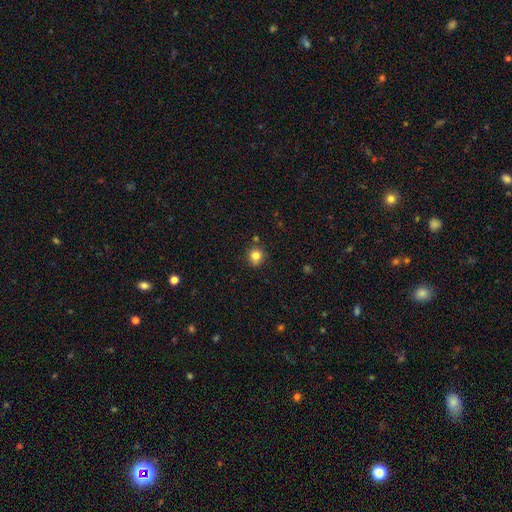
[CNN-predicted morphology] This is clearly a smooth galaxy (81%). How rounded: clearly round (88%). Merging: clearly none (83%).